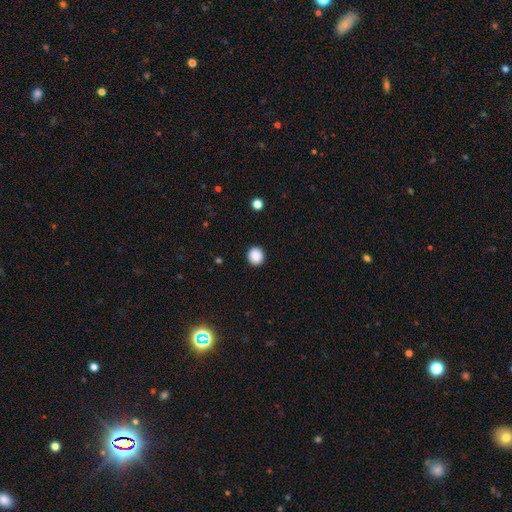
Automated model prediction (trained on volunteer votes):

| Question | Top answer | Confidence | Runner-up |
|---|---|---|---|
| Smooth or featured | smooth | 89% | star or artifact (9%) |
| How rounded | round | 88% | in between (11%) |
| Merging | none | 92% | minor disturbance (6%) |